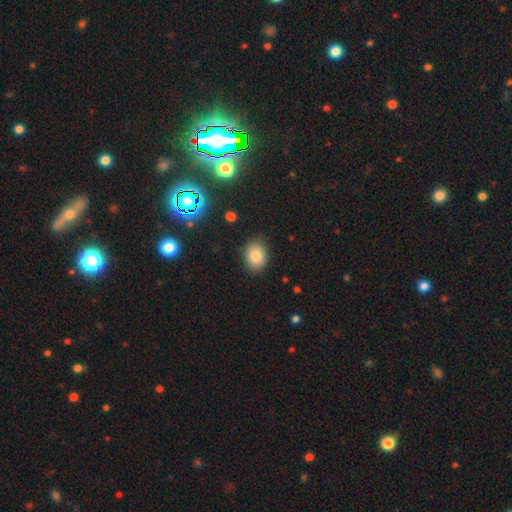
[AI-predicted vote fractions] smooth_or_featured: smooth (p=0.82) [alt: star or artifact p=0.11]
how_rounded: in between (p=0.57) [alt: round p=0.42]
merging: none (p=0.86) [alt: minor disturbance p=0.10]